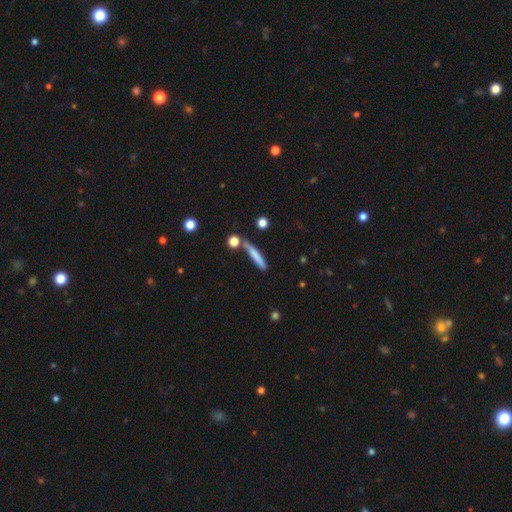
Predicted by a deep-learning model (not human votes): Overall: smooth (73%). How rounded: cigar-shaped (91%). Merging: none (74%).